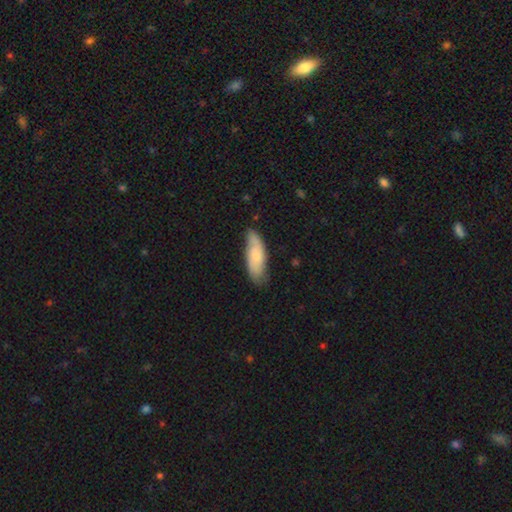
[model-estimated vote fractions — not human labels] smooth 66%, featured or disk 28%, star or artifact 6%. Down the decision tree: how rounded — in between (61%); merging — none (69%).